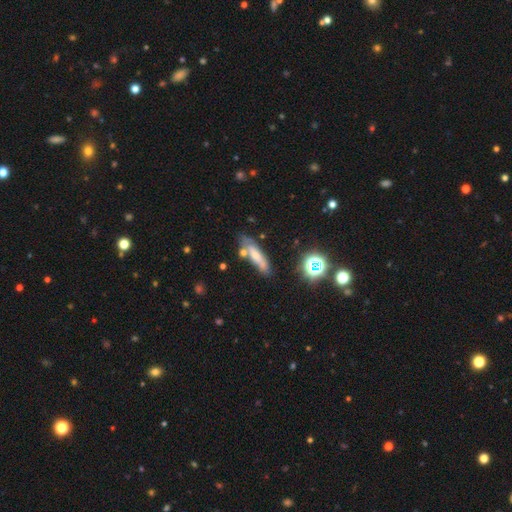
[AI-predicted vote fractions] This is possibly a smooth galaxy (56%). How rounded: likely cigar-shaped (61%). Merging: possibly none (55%).